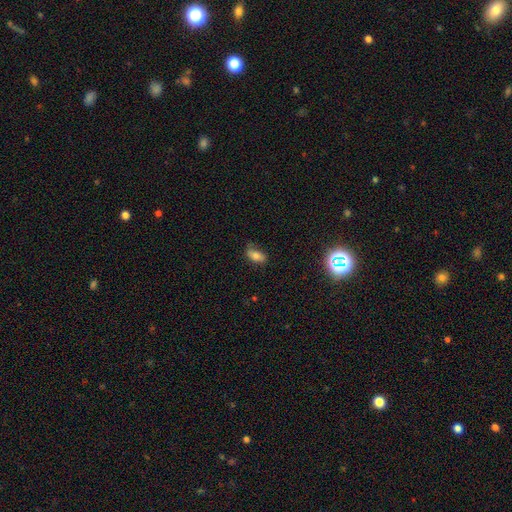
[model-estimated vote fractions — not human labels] Smooth or featured?
  - smooth: 75% *
  - featured or disk: 15%
  - star or artifact: 11%
How rounded?
  - in between: 88% *
  - cigar-shaped: 7%
  - round: 5%
Merging?
  - none: 64% *
  - minor disturbance: 27%
  - major disturbance: 7%
  - merger: 2%